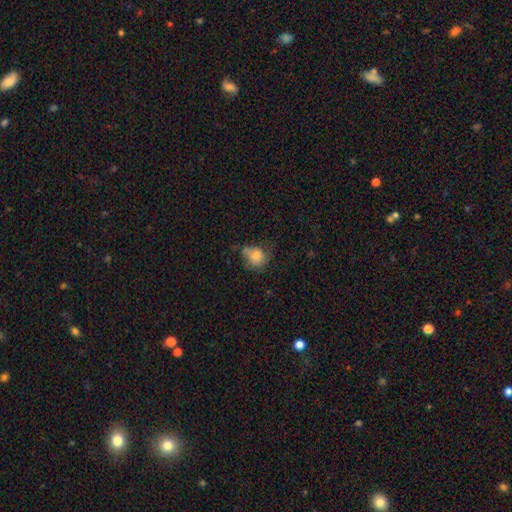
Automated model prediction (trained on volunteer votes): This appears to be a smooth galaxy with no disk features (73%) that is round (67%). Merging: none (42%).